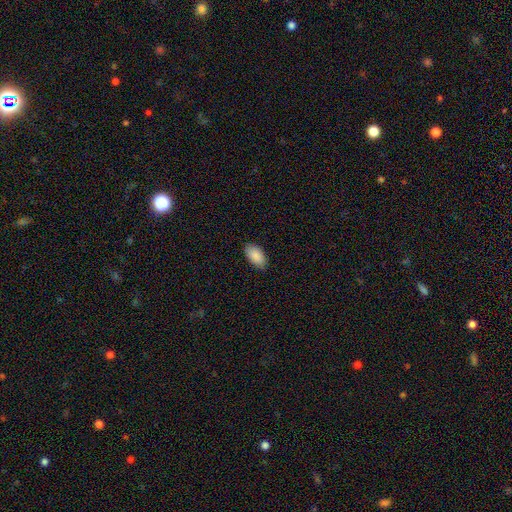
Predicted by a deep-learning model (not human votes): This is clearly a smooth galaxy (90%). How rounded: clearly in between (95%). Merging: clearly none (87%).